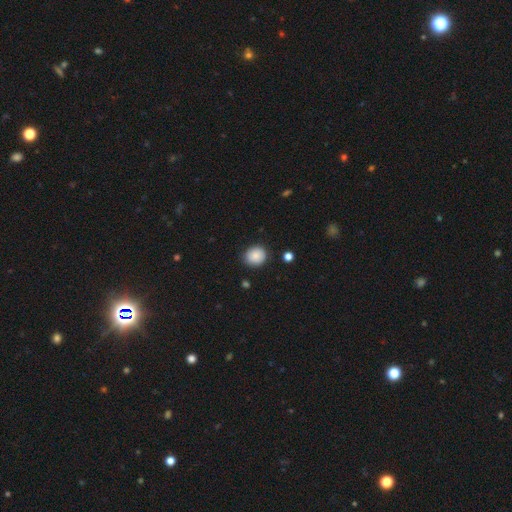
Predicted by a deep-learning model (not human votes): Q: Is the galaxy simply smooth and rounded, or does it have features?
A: smooth — 87%.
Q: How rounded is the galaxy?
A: round — 80%.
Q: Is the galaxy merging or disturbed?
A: none — 87%.